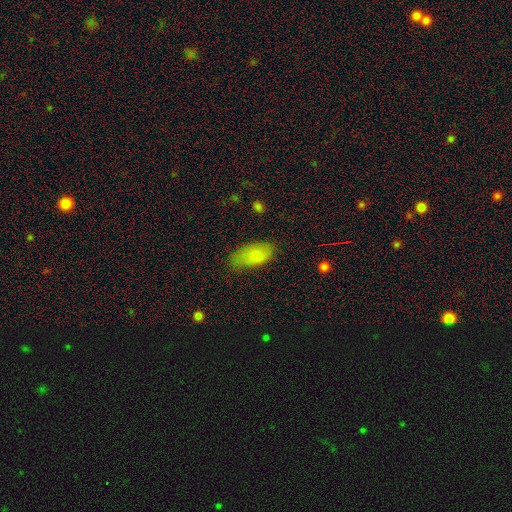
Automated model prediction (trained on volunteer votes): Smooth or featured? smooth (79%)
How rounded? in between (91%)
Merging? none (67%)